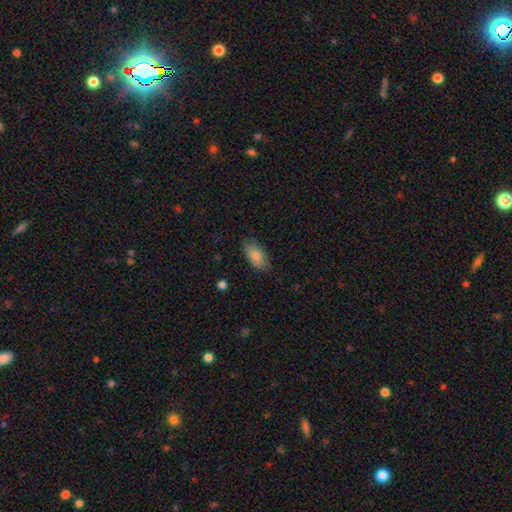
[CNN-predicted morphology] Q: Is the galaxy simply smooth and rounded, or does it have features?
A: smooth — 81%.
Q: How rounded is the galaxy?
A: in between — 92%.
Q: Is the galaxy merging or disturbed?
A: none — 82%.